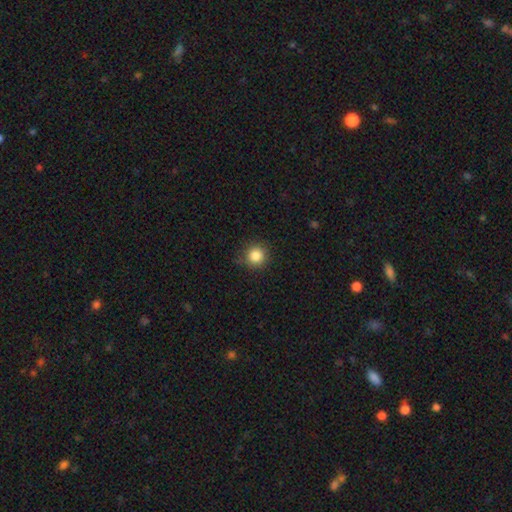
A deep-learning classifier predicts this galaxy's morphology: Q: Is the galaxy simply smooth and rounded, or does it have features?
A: smooth — 85%.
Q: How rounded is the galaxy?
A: round — 94%.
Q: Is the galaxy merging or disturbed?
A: none — 85%.